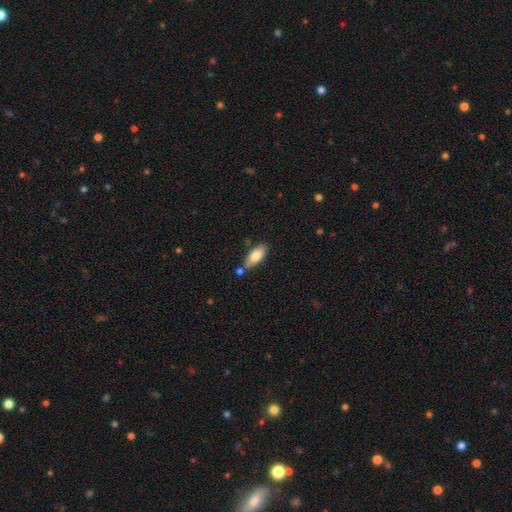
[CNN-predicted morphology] Q: Smooth or featured?
A: smooth (78%); runner-up: featured or disk (16%)
Q: How rounded?
A: in between (84%); runner-up: cigar-shaped (14%)
Q: Merging?
A: none (66%); runner-up: minor disturbance (16%)